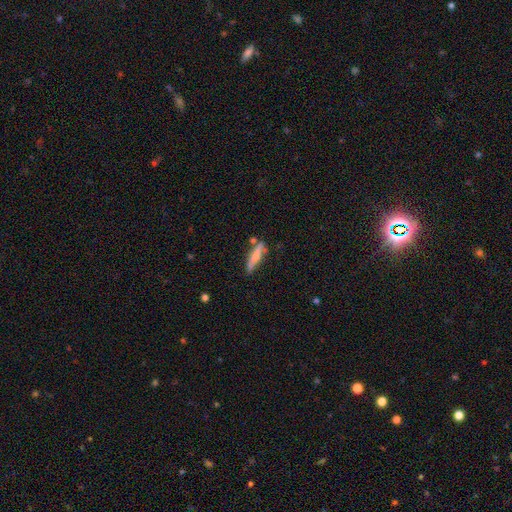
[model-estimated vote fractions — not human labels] The model was most divided on "smooth or featured": smooth: 54%, featured or disk: 39%, star or artifact: 7%. More confident: how rounded — cigar-shaped (85%); merging — none (67%).